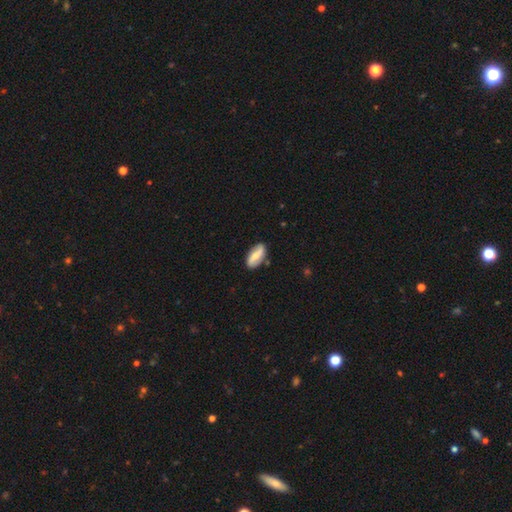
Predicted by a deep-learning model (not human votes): smooth-or-featured: featured or disk: 59% | smooth: 35% | star or artifact: 6%
  disk-edge-on: no: 90% | yes: 10%
    bar: strong: 45% | weak: 31% | no: 24%
    has-spiral-arms: yes: 81% | no: 19%
    bulge-size: moderate: 46% | small: 44% | none: 5% | large: 4% | dominant: 2%
  merging: none: 82% | minor disturbance: 13% | major disturbance: 3% | merger: 2%